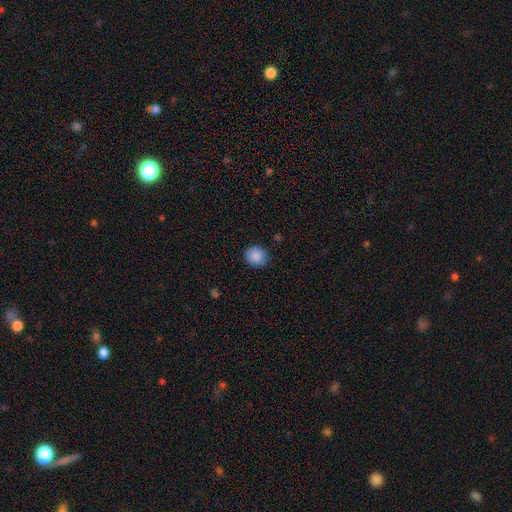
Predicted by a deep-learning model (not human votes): Smooth or featured? Predicted: smooth (p=0.88). How rounded? Predicted: round (p=0.82). Merging? Predicted: none (p=0.86).